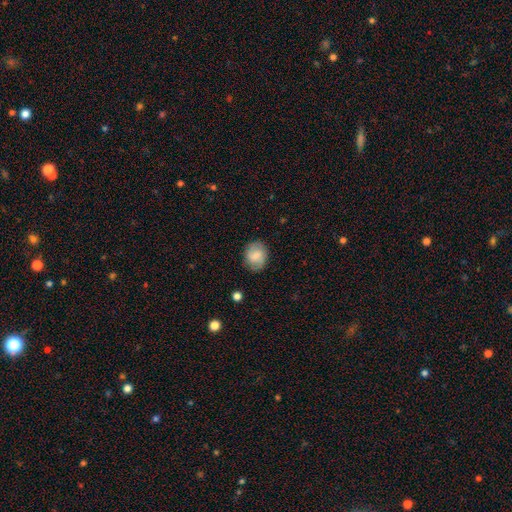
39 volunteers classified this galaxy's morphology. smooth-or-featured: smooth: 62% | featured or disk: 33% | star or artifact: 5%
  how-rounded: round: 54% | in between: 46% | cigar-shaped: 0%
  merging: none: 68% | minor disturbance: 27% | major disturbance: 5% | merger: 0%